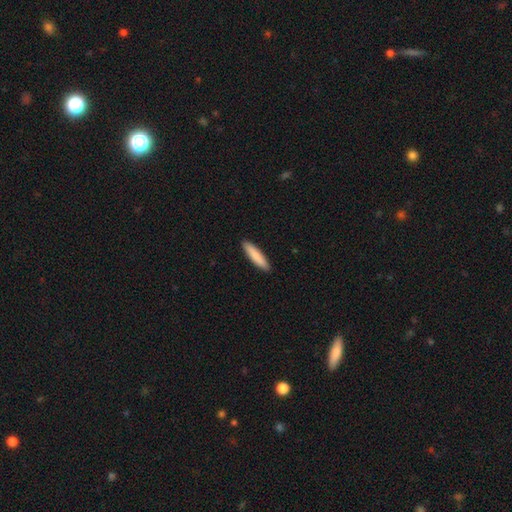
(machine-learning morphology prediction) Smooth or featured?
  - smooth: 84% *
  - featured or disk: 10%
  - star or artifact: 5%
How rounded?
  - cigar-shaped: 81% *
  - in between: 18%
  - round: 1%
Merging?
  - none: 91% *
  - minor disturbance: 6%
  - major disturbance: 1%
  - merger: 1%